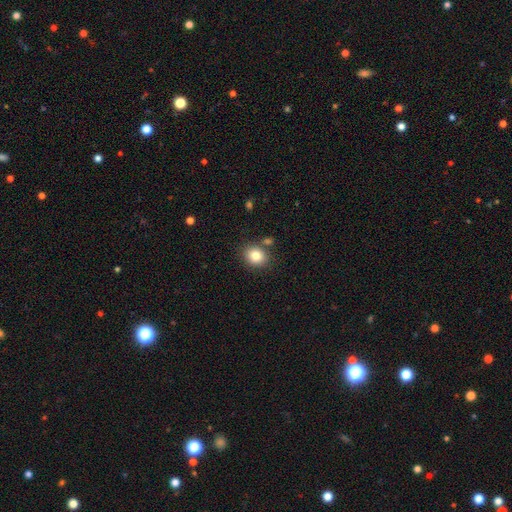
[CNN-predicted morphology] A smooth galaxy with no disk features (83%) that is round (66%).

Vote fractions:
- Smooth or featured? smooth: 83% / star or artifact: 10% / featured or disk: 7%
- How rounded? round: 66% / in between: 33% / cigar-shaped: 1%
- Merging? none: 78% / minor disturbance: 10% / merger: 9% / major disturbance: 3%